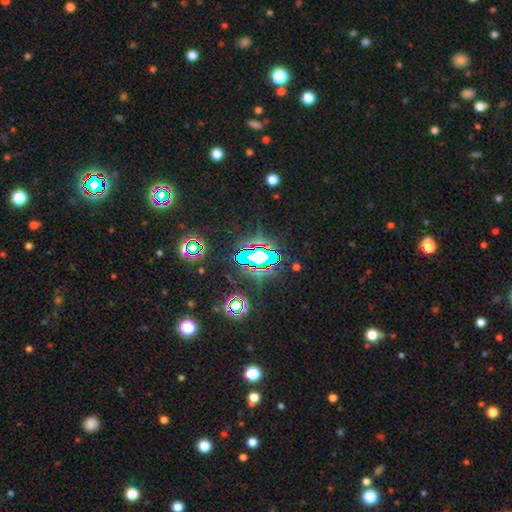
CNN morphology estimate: Q: Smooth or featured?
A: star or artifact (75%); runner-up: smooth (14%)